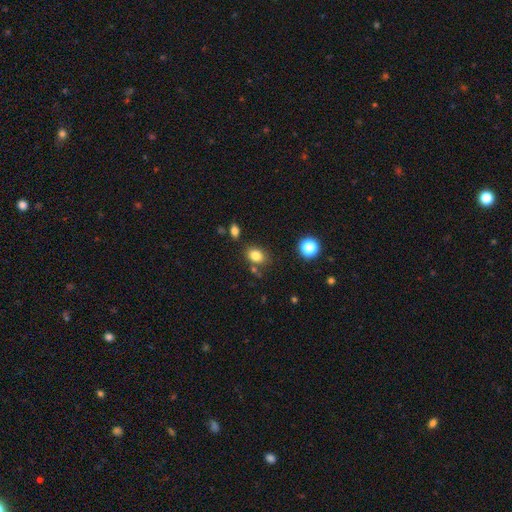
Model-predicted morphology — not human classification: Smooth or featured?
  - smooth: 82% *
  - star or artifact: 11%
  - featured or disk: 7%
How rounded?
  - in between: 71% *
  - round: 28%
  - cigar-shaped: 1%
Merging?
  - none: 77% *
  - minor disturbance: 13%
  - merger: 7%
  - major disturbance: 4%